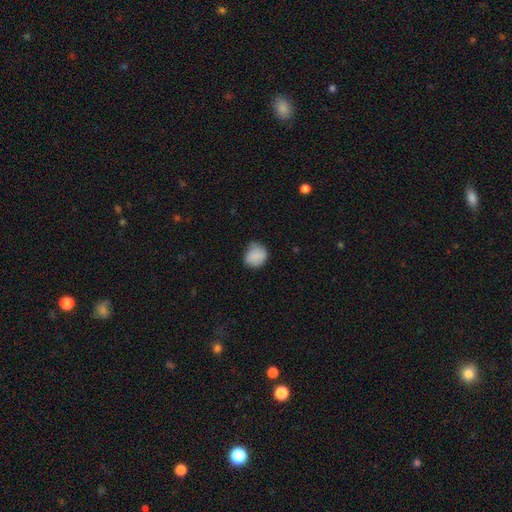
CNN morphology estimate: A smooth galaxy with no disk features (85%) that is round (77%). Merging: none (67%).